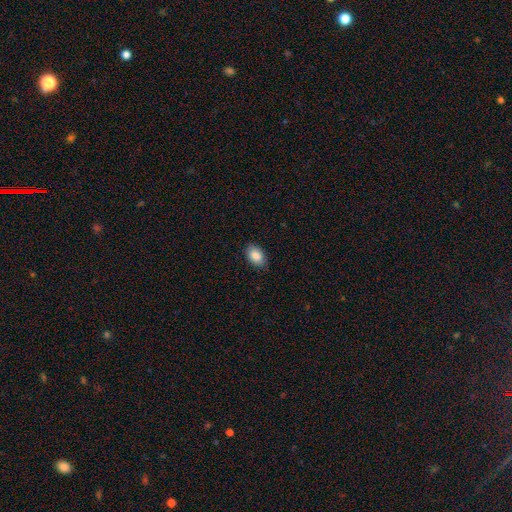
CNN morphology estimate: Smooth or featured? Predicted: smooth (p=0.87). How rounded? Predicted: in between (p=0.89). Merging? Predicted: none (p=0.85).